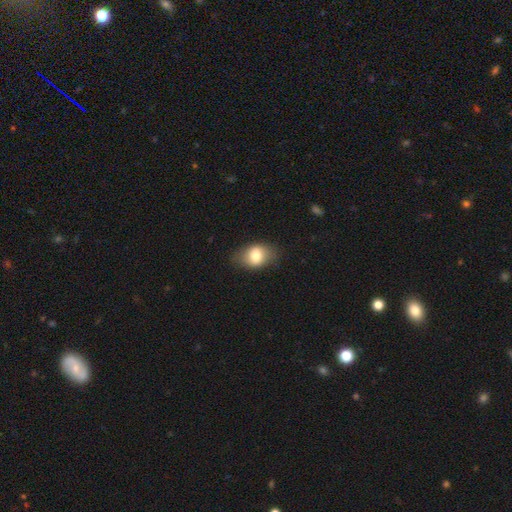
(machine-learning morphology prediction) smooth 75%, featured or disk 17%, star or artifact 8%. Down the decision tree: how rounded — in between (78%); merging — none (79%).